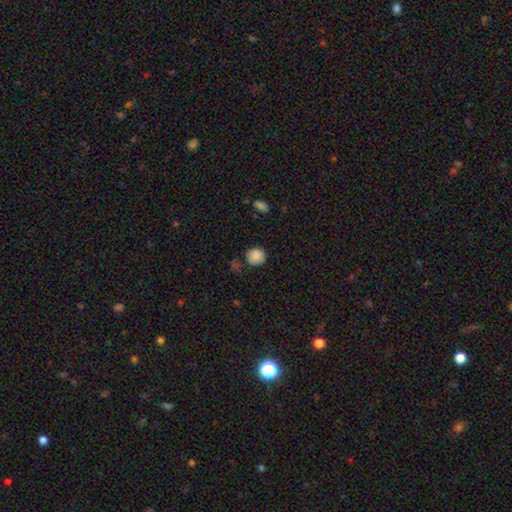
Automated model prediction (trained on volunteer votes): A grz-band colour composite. It shows a smooth galaxy with no disk features (86%) that is round (86%). Merging: none (76%).